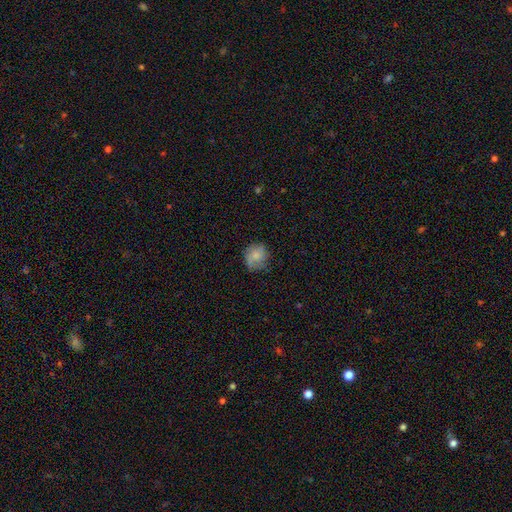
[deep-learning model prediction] Smooth or featured? smooth (70%)
How rounded? round (83%)
Merging? none (67%)